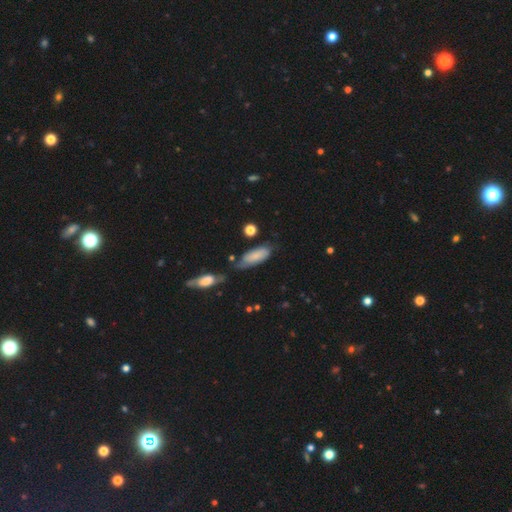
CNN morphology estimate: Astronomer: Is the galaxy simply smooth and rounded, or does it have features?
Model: smooth — 74%.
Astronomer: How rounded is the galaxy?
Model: in between — 73%.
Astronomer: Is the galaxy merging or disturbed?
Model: none — 52% (runner-up: minor disturbance, 28%).